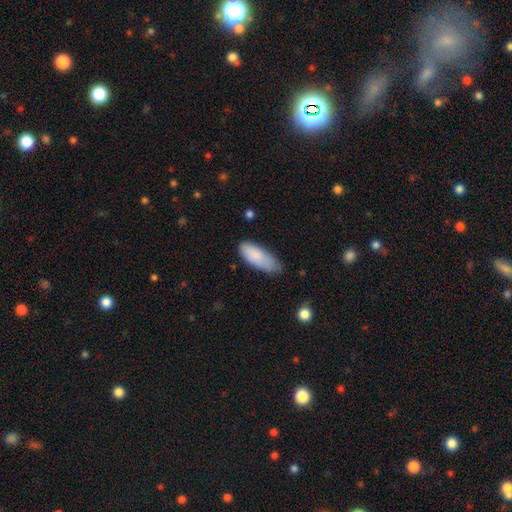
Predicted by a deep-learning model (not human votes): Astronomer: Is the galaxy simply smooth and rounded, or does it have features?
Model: smooth — 86%.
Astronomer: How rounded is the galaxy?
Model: in between — 79%.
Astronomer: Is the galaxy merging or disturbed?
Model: none — 56% (runner-up: minor disturbance, 35%).